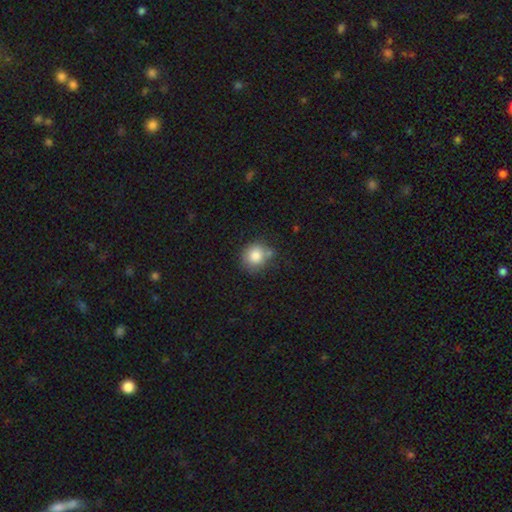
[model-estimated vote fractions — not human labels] Smooth or featured?
  - smooth: 83% *
  - star or artifact: 9%
  - featured or disk: 8%
How rounded?
  - round: 85% *
  - in between: 14%
  - cigar-shaped: 1%
Merging?
  - none: 63% *
  - minor disturbance: 20%
  - merger: 12%
  - major disturbance: 5%